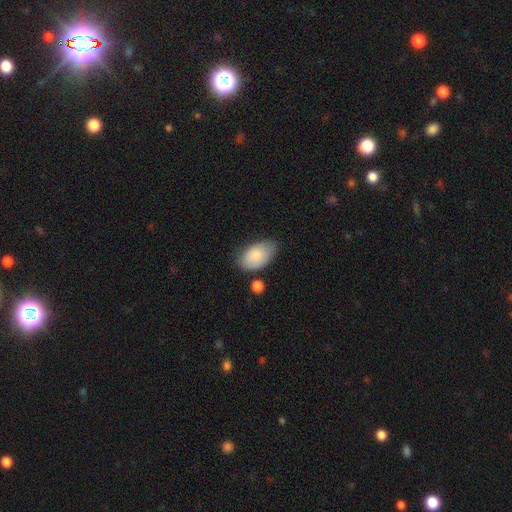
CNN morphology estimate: Smooth or featured? smooth (82%)
How rounded? in between (94%)
Merging? none (69%)